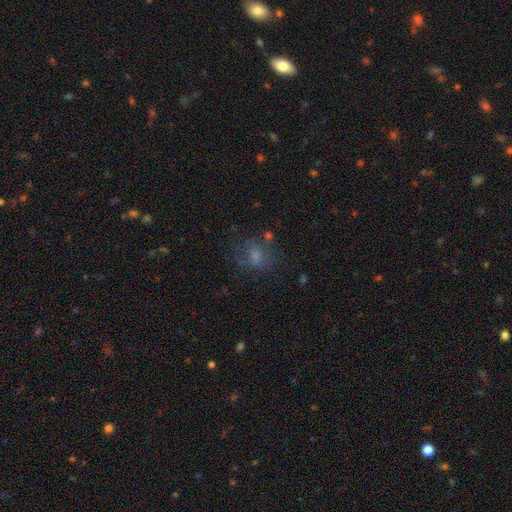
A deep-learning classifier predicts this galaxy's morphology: Smooth or featured? Predicted: smooth (p=0.62). How rounded? Predicted: in between (p=0.55). Merging? Predicted: none (p=0.50).